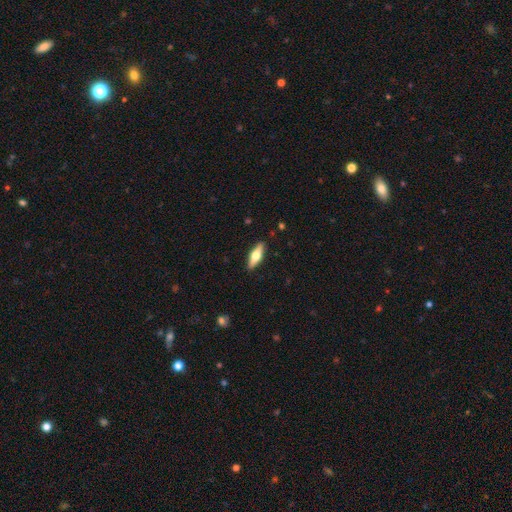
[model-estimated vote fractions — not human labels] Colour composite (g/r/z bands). It shows a featured or disk galaxy (51%) viewed edge-on (93%). Merging: none (89%).